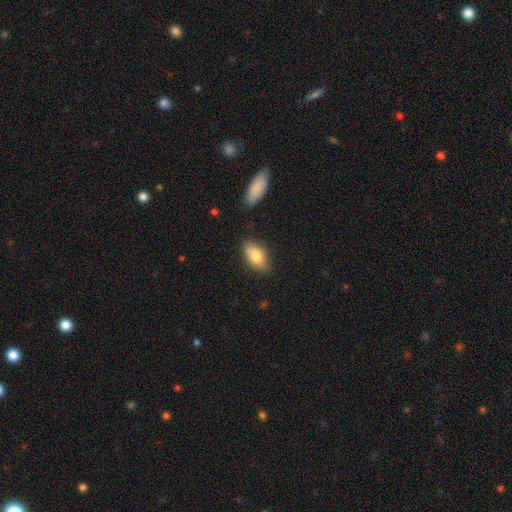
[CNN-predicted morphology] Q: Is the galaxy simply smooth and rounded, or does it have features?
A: smooth — 79%.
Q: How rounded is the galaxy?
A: in between — 90%.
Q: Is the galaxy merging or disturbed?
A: none — 75%.